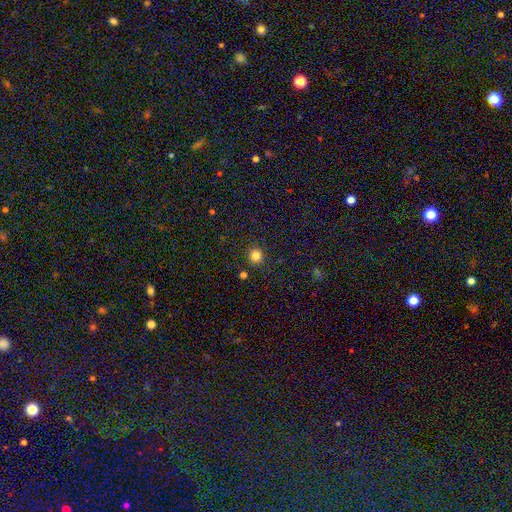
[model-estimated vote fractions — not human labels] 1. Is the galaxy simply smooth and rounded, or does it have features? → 82% smooth, 13% star or artifact, 5% featured or disk.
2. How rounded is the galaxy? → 91% round, 8% in between, 1% cigar-shaped.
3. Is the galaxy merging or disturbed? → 90% none, 6% minor disturbance, 2% major disturbance, 2% merger.